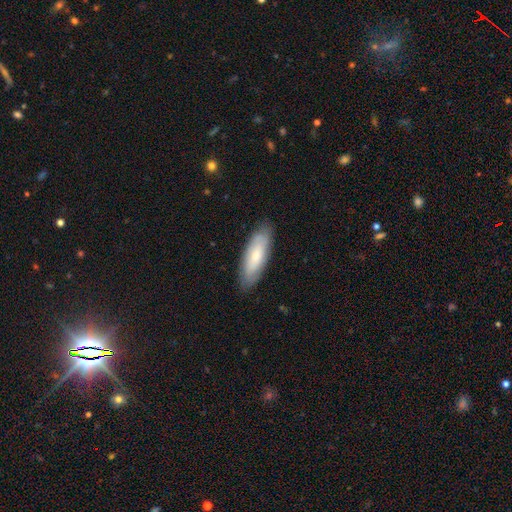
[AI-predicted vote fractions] Smooth or featured?
  - smooth: 65% *
  - featured or disk: 30%
  - star or artifact: 6%
How rounded?
  - in between: 61% *
  - cigar-shaped: 37%
  - round: 2%
Merging?
  - none: 84% *
  - minor disturbance: 12%
  - major disturbance: 2%
  - merger: 1%